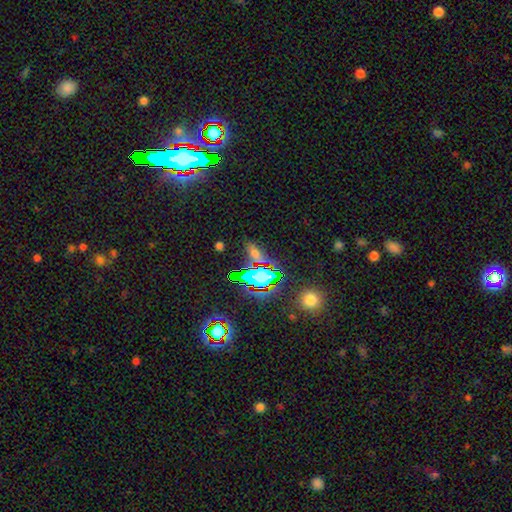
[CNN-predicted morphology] Smooth or featured?
  - star or artifact: 60% *
  - smooth: 27%
  - featured or disk: 13%